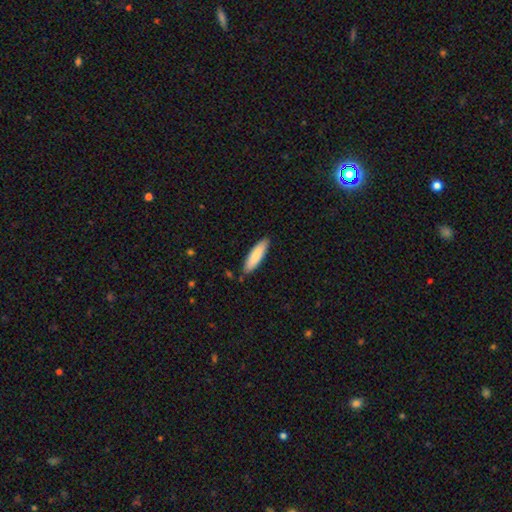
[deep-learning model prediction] The model was most divided on "how rounded": cigar-shaped: 62%, in between: 36%, round: 1%. More confident: merging — none (86%); smooth or featured — smooth (85%).